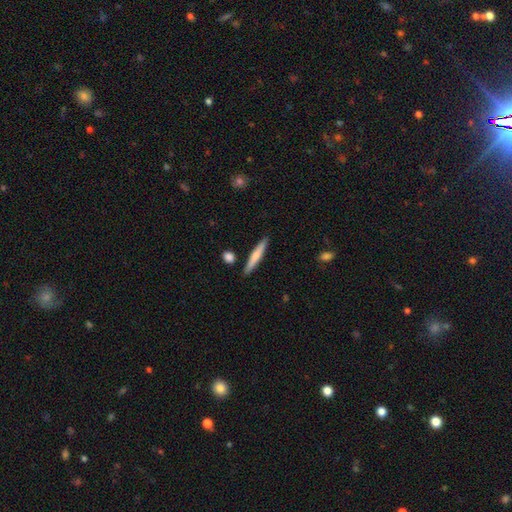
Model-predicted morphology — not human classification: Smooth or featured?
  - smooth: 67% *
  - featured or disk: 27%
  - star or artifact: 5%
How rounded?
  - cigar-shaped: 93% *
  - in between: 6%
  - round: 1%
Merging?
  - none: 87% *
  - minor disturbance: 8%
  - merger: 3%
  - major disturbance: 2%